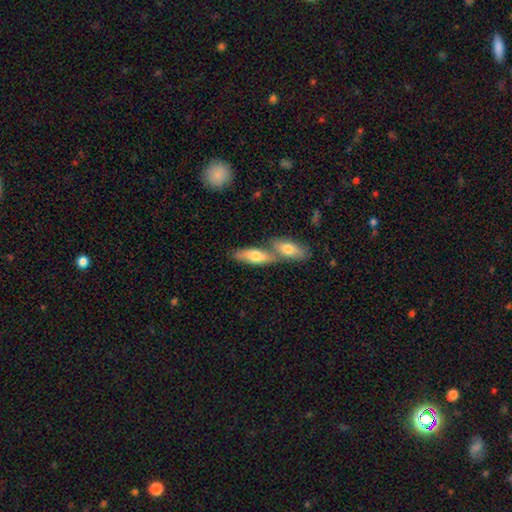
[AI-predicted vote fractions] Smooth or featured? Predicted: smooth (p=0.70). How rounded? Predicted: in between (p=0.64). Merging? Predicted: merger (p=0.51).